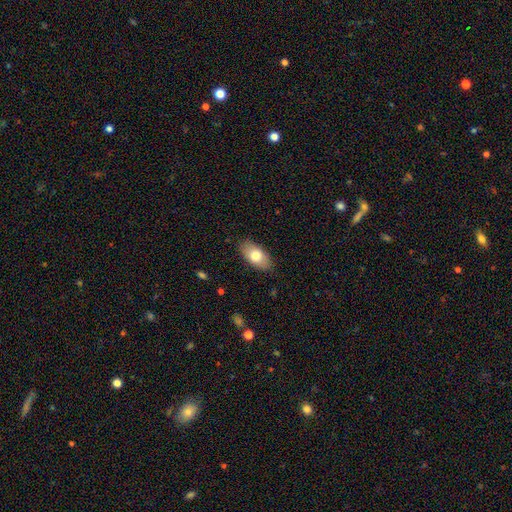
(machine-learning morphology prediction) Smooth or featured? Predicted: smooth (p=0.76). How rounded? Predicted: in between (p=0.93). Merging? Predicted: none (p=0.86).